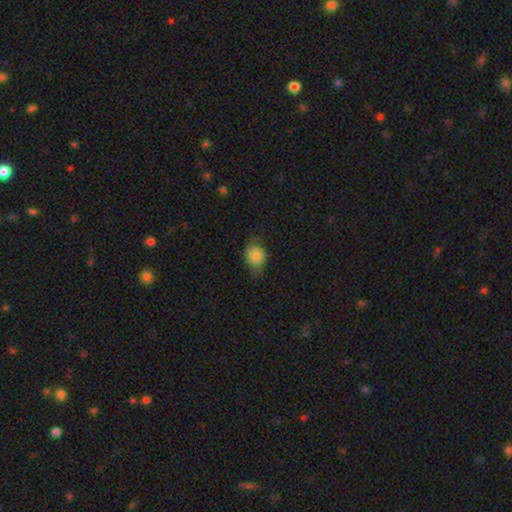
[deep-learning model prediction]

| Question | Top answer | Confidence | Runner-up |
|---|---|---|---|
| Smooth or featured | smooth | 83% | featured or disk (9%) |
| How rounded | round | 60% | in between (39%) |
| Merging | none | 63% | minor disturbance (27%) |